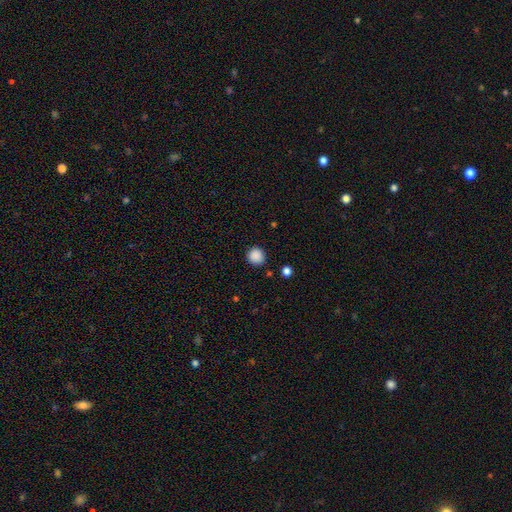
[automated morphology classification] type=smooth (88%); roundness=round (91%); merging=none (87%).